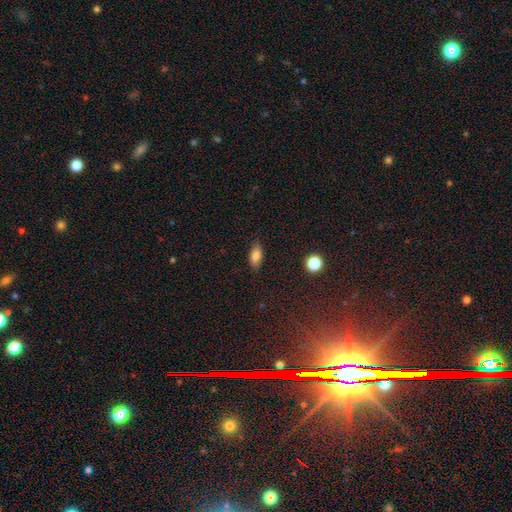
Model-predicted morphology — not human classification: Smooth or featured: smooth — 82% (featured or disk — 9%)
How rounded: in between — 85% (cigar-shaped — 11%)
Merging: none — 84% (minor disturbance — 12%)